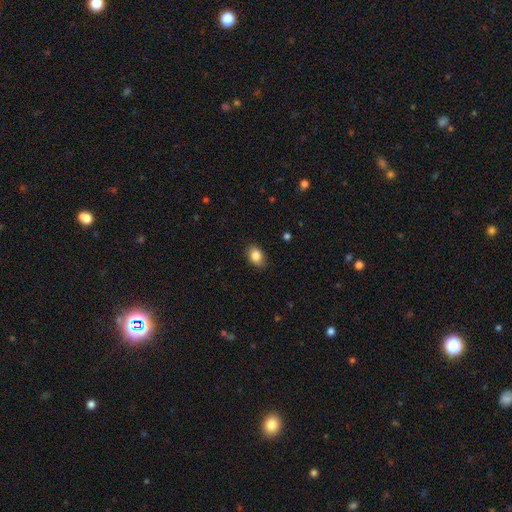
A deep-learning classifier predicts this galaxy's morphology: Smooth or featured? Predicted: smooth (p=0.86). How rounded? Predicted: in between (p=0.74). Merging? Predicted: none (p=0.86).